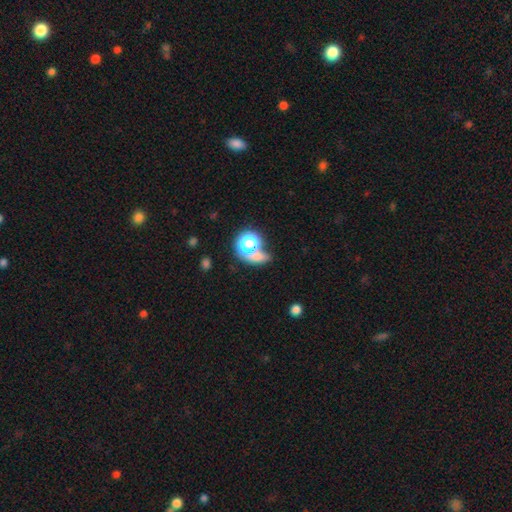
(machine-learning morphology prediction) Smooth or featured? Predicted: smooth (p=0.57). How rounded? Predicted: round (p=0.56). Merging? Predicted: none (p=0.52).